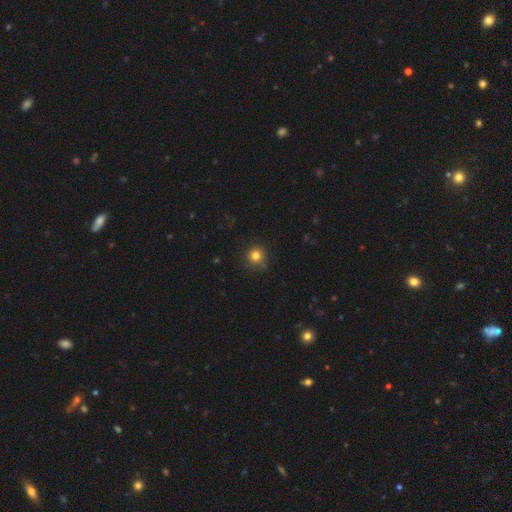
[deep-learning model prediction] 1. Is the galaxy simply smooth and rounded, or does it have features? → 80% smooth, 14% star or artifact, 6% featured or disk.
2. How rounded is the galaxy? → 94% round, 5% in between, 1% cigar-shaped.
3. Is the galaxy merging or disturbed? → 84% none, 11% minor disturbance, 3% major disturbance, 2% merger.